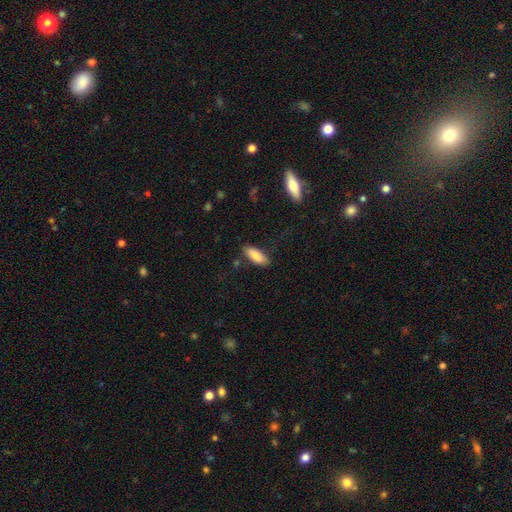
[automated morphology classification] Q: Smooth or featured?
A: smooth (84%); runner-up: featured or disk (9%)
Q: How rounded?
A: in between (75%); runner-up: cigar-shaped (23%)
Q: Merging?
A: none (80%); runner-up: minor disturbance (14%)